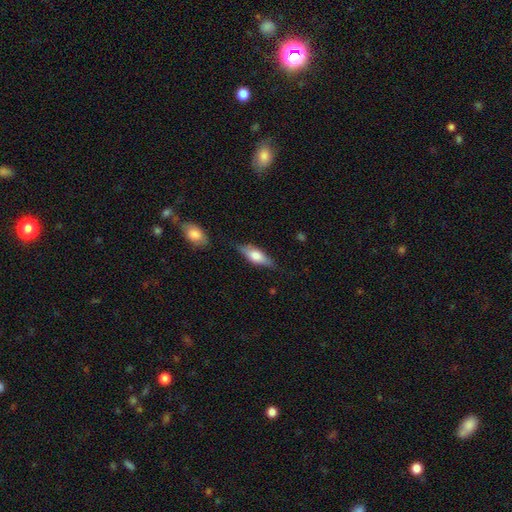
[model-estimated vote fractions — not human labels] Morphology: type=smooth (58%); roundness=in between (61%); merging=none (77%).